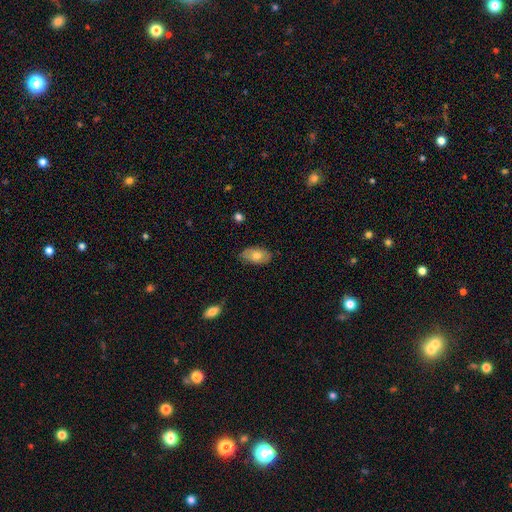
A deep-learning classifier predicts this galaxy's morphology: Smooth or featured? Predicted: smooth (p=0.69). How rounded? Predicted: in between (p=0.93). Merging? Predicted: none (p=0.79).